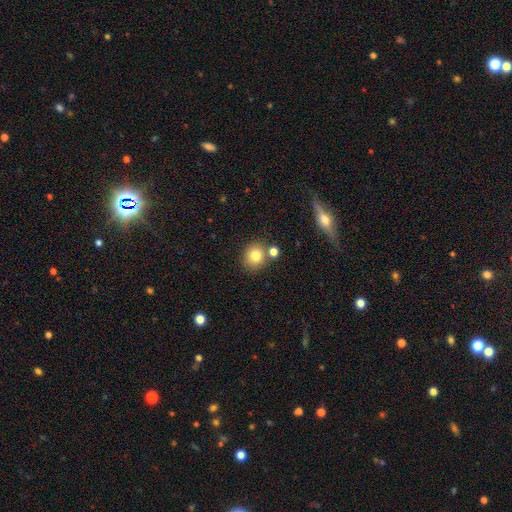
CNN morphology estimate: smooth 79%, star or artifact 11%, featured or disk 10%. Down the decision tree: how rounded — round (81%); merging — none (72%).